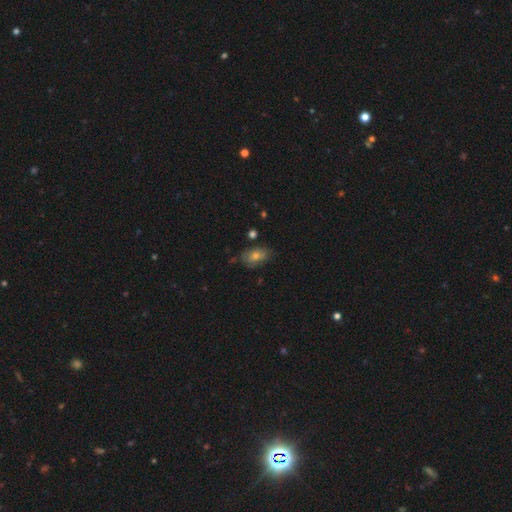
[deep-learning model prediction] Morphology: type=smooth (57%); roundness=in between (84%); merging=none (72%).